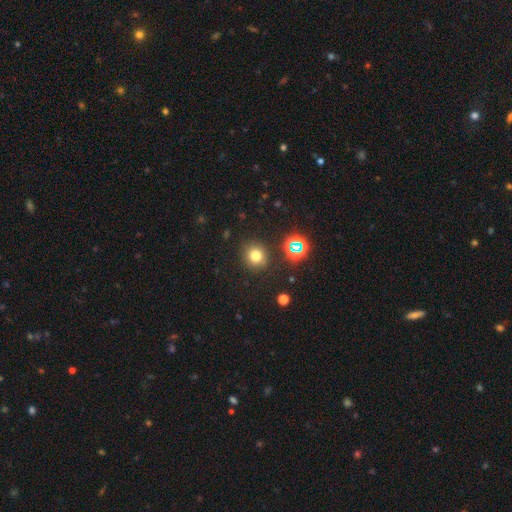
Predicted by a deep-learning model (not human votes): A smooth galaxy with no disk features (72%) that is round (88%).

Vote fractions:
- Smooth or featured? smooth: 72% / star or artifact: 20% / featured or disk: 8%
- How rounded? round: 88% / in between: 11% / cigar-shaped: 1%
- Merging? none: 86% / minor disturbance: 8% / major disturbance: 3% / merger: 3%